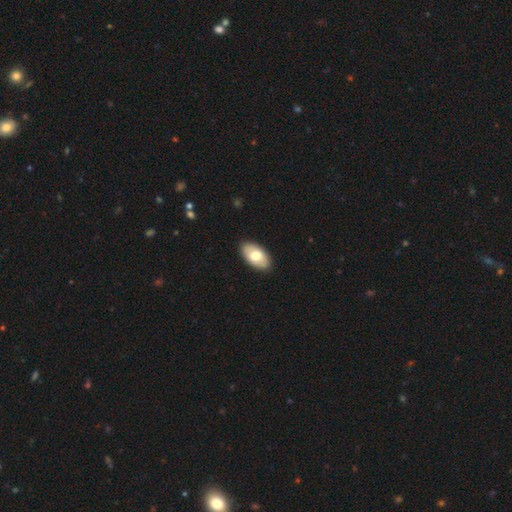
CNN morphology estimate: Smooth or featured? smooth (71%)
How rounded? in between (95%)
Merging? none (89%)